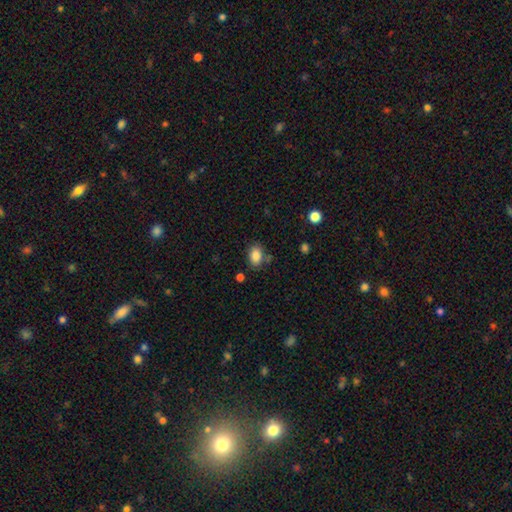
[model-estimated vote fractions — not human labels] Q: Smooth or featured?
A: smooth (86%); runner-up: star or artifact (9%)
Q: How rounded?
A: in between (80%); runner-up: round (19%)
Q: Merging?
A: none (76%); runner-up: minor disturbance (14%)